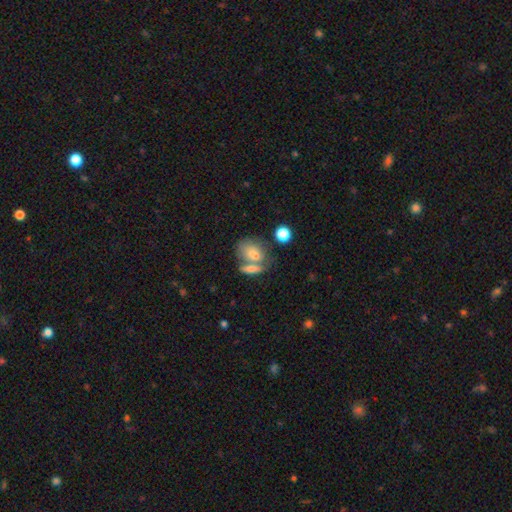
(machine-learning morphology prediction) smooth-or-featured: smooth: 72% | featured or disk: 20% | star or artifact: 8%
  how-rounded: in between: 70% | round: 25% | cigar-shaped: 4%
  merging: merger: 49% | none: 33% | minor disturbance: 11% | major disturbance: 6%